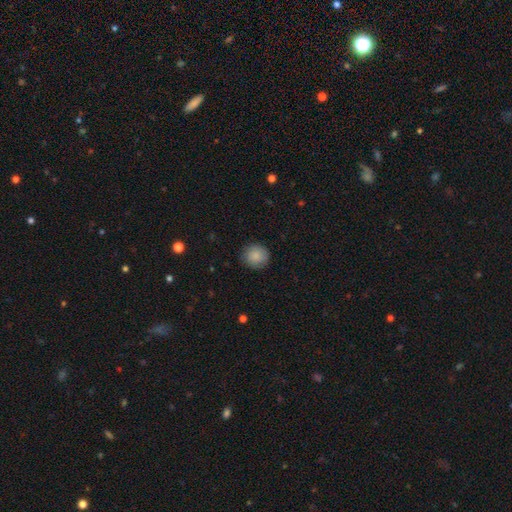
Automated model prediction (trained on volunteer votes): Smooth or featured? Predicted: smooth (p=0.88). How rounded? Predicted: round (p=0.92). Merging? Predicted: none (p=0.88).